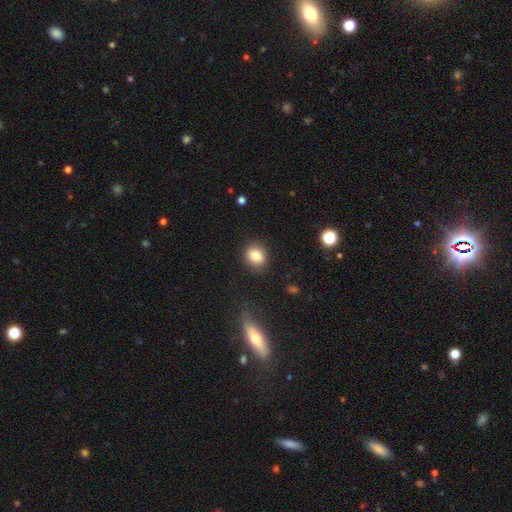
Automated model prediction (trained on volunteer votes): smooth_or_featured: smooth (p=0.83) [alt: star or artifact p=0.10]
how_rounded: round (p=0.65) [alt: in between p=0.34]
merging: none (p=0.86) [alt: minor disturbance p=0.10]